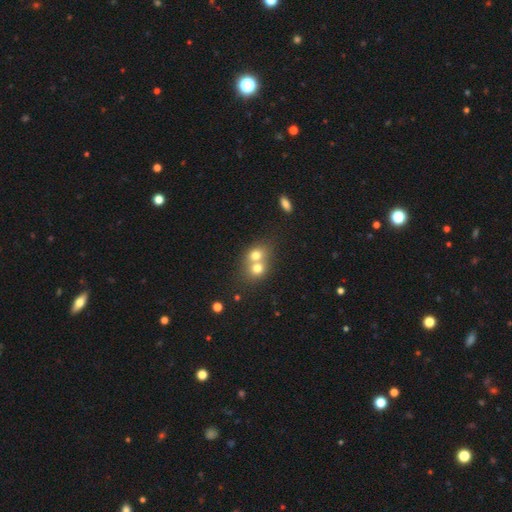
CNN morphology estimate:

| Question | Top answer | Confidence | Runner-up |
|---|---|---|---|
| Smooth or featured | smooth | 70% | featured or disk (18%) |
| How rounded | round | 63% | in between (35%) |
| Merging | merger | 71% | none (22%) |